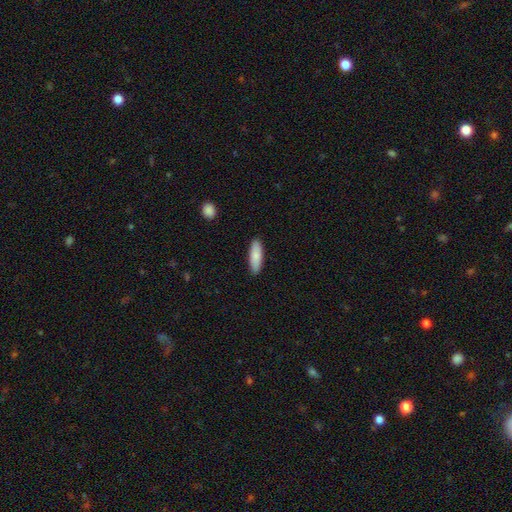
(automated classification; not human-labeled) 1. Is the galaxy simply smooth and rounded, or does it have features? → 84% smooth, 10% featured or disk, 5% star or artifact.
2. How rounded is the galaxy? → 49% cigar-shaped (tied), 49% in between (tied), 2% round.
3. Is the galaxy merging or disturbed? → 90% none, 8% minor disturbance, 2% major disturbance, 1% merger.